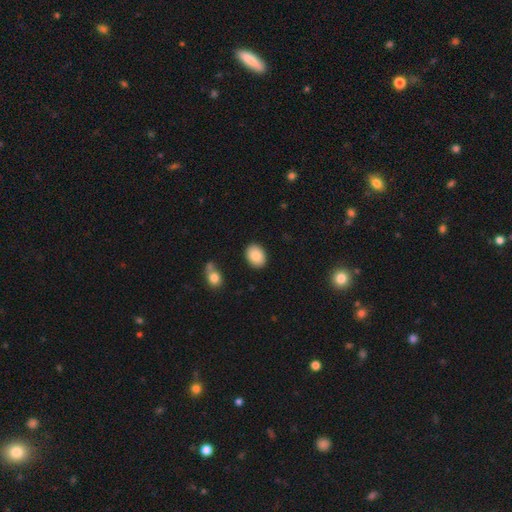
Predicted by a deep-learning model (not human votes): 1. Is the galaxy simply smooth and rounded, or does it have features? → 88% smooth, 7% star or artifact, 5% featured or disk.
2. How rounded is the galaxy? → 75% in between, 24% round, 1% cigar-shaped.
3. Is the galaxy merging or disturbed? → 87% none, 9% minor disturbance, 2% major disturbance, 2% merger.